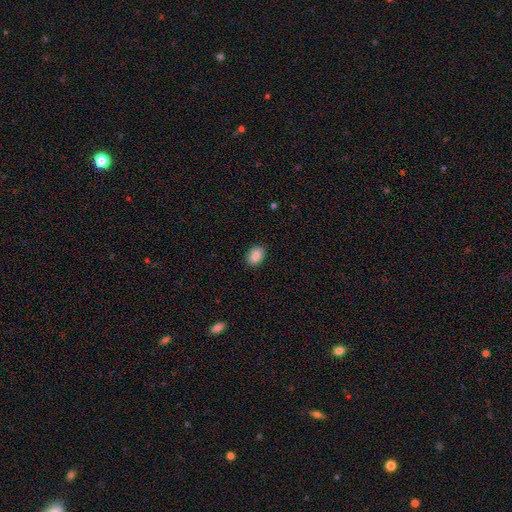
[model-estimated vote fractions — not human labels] The model was most divided on "how rounded": in between: 80%, round: 19%, cigar-shaped: 1%. More confident: merging — none (88%); smooth or featured — smooth (88%).